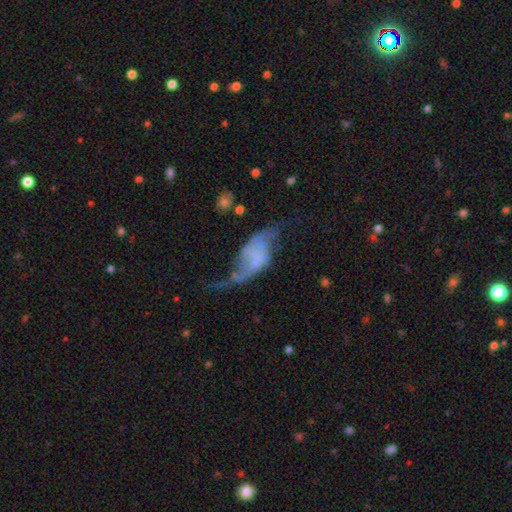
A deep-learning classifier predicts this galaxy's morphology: This is likely a featured or disk galaxy (76%). It is clearly not viewed edge-on (94%). Bar: possibly no (52%). Spiral arm pattern: clearly yes (85%). Spiral arm count: clearly 2 (88%). Spiral winding: clearly loose (85%). Central bulge: likely none (67%). Merging: marginally none (39%).